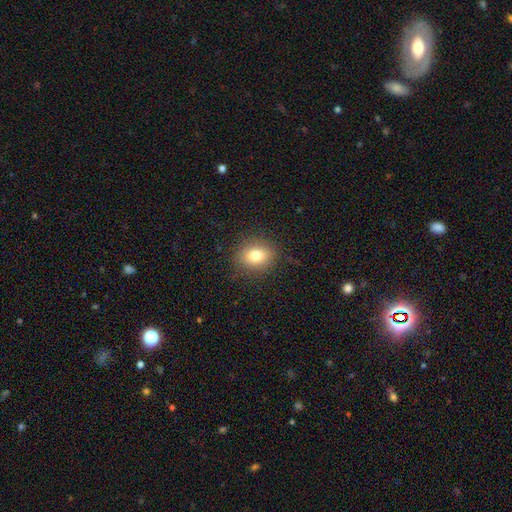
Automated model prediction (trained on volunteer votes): This appears to be a smooth galaxy with no disk features (78%) that is round (59%). Merging: none (87%).